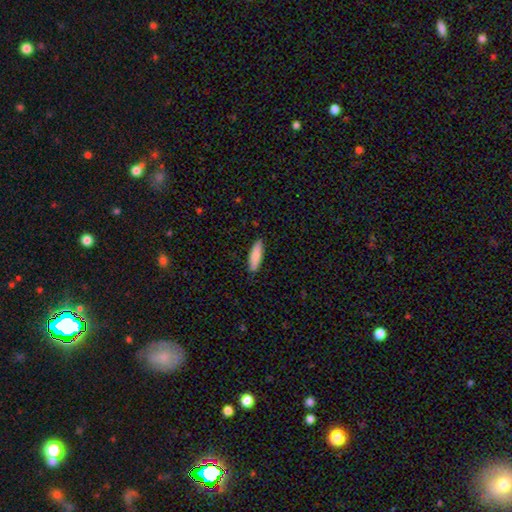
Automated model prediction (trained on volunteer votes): Q: Smooth or featured?
A: smooth (85%); runner-up: featured or disk (9%)
Q: How rounded?
A: cigar-shaped (60%); runner-up: in between (39%)
Q: Merging?
A: none (87%); runner-up: minor disturbance (10%)